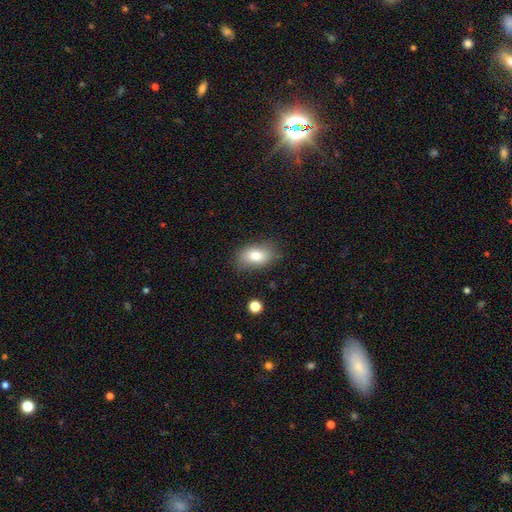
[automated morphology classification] This is clearly a smooth galaxy (80%). How rounded: clearly in between (90%). Merging: likely none (80%).